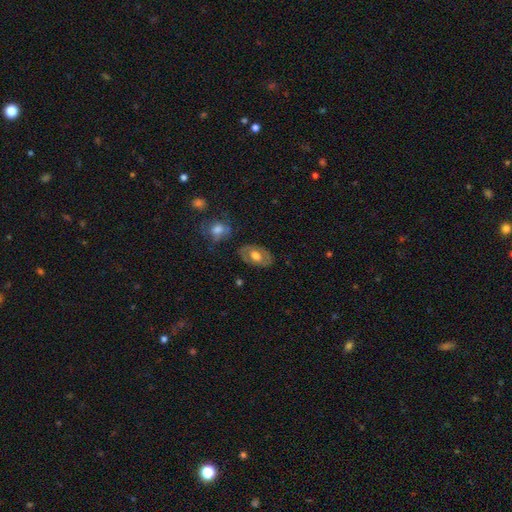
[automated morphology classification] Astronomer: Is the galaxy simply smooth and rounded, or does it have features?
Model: smooth — 50% (runner-up: featured or disk, 43%).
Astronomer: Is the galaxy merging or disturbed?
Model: none — 79%.